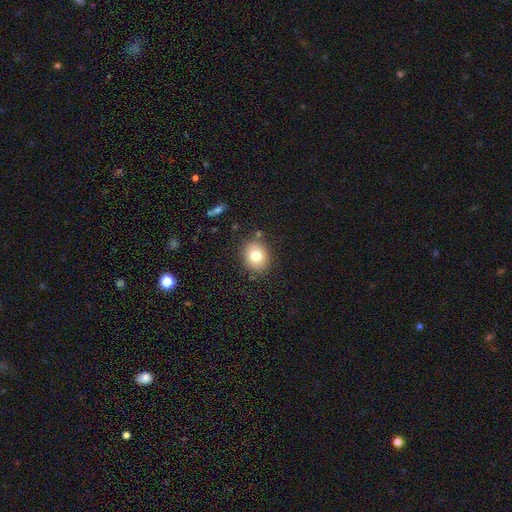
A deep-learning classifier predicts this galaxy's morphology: This is likely a smooth galaxy (76%). How rounded: likely round (62%). Merging: clearly none (84%).